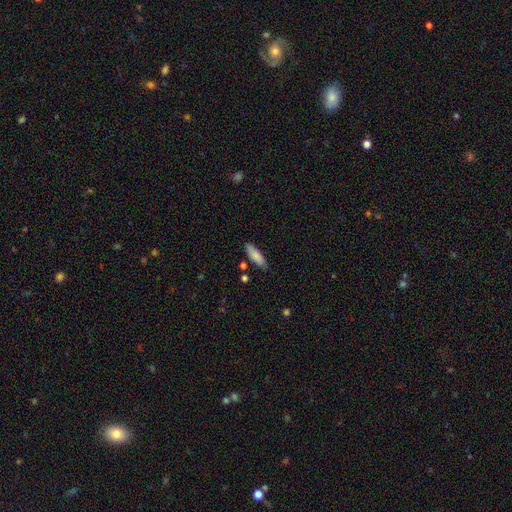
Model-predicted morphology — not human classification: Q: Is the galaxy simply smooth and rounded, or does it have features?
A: smooth — 82%.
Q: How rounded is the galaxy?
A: cigar-shaped — 52%.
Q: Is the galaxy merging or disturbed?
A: none — 82%.